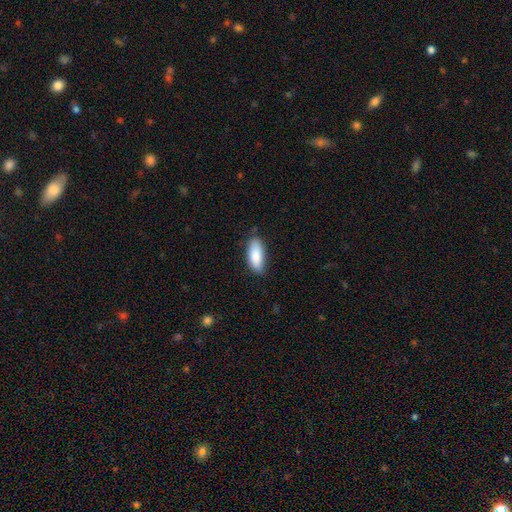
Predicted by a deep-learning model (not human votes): Smooth or featured: smooth — 86% (featured or disk — 8%)
How rounded: in between — 81% (cigar-shaped — 18%)
Merging: none — 78% (minor disturbance — 18%)